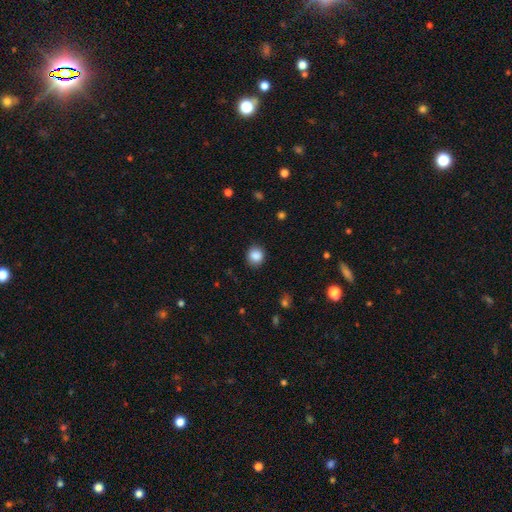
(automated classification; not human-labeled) The model was most divided on "how rounded": round: 79%, in between: 21%, cigar-shaped: 1%. More confident: smooth or featured — smooth (87%); merging — none (86%).